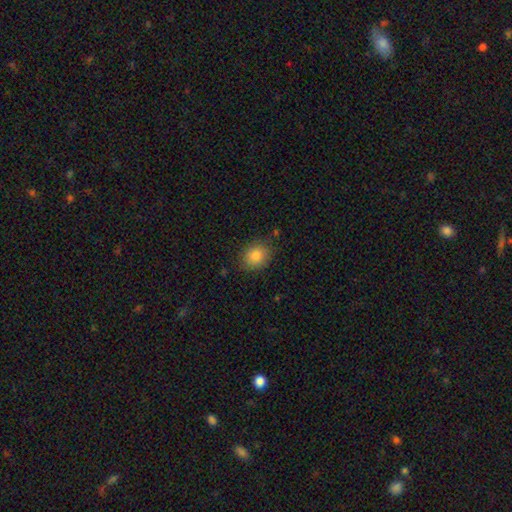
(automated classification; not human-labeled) Smooth or featured? smooth (85%)
How rounded? round (57%)
Merging? none (83%)